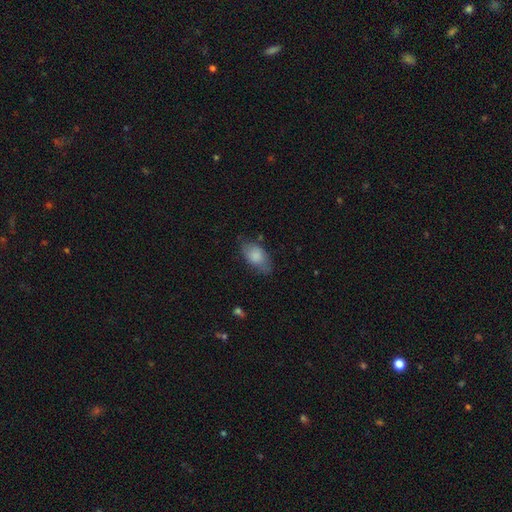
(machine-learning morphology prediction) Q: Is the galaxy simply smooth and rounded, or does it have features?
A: smooth — 82%.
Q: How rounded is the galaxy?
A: in between — 91%.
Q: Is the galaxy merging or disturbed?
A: none — 66%.